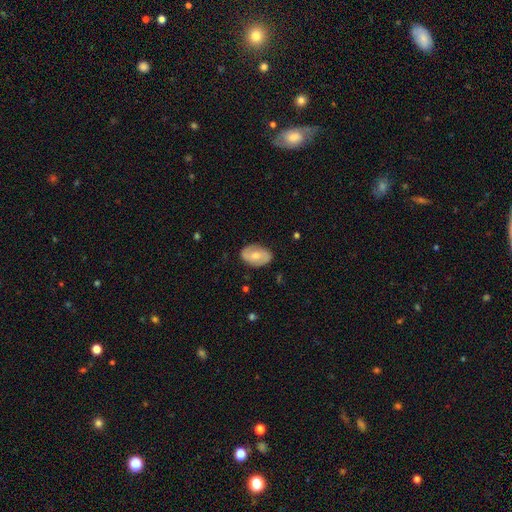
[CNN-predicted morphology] Overall: featured or disk (59%; smooth 35%). Edge-on disk: no (96%). Bar: no (50%; weak 39%). Spiral arms: yes (85%). Bulge size: moderate (56%; small 37%). Merging: none (83%).